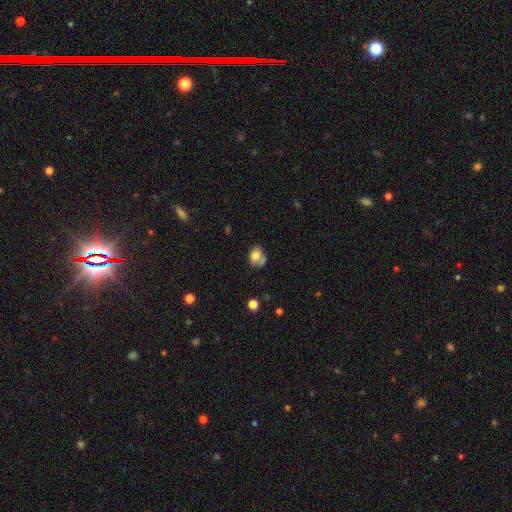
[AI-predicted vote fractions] Smooth or featured? Predicted: smooth (p=0.74). How rounded? Predicted: in between (p=0.53). Merging? Predicted: none (p=0.41).